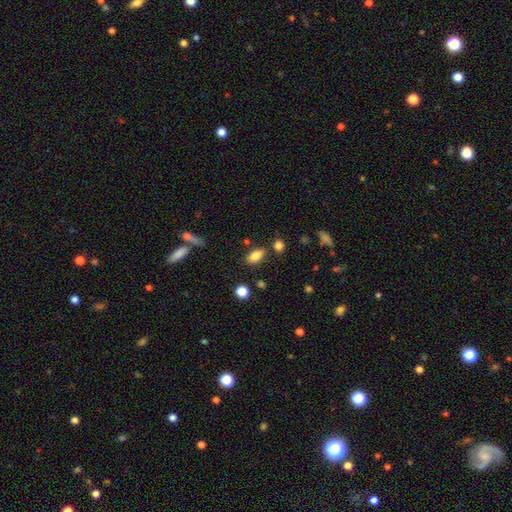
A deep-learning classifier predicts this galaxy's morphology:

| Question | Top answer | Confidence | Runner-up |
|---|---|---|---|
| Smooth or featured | smooth | 82% | star or artifact (9%) |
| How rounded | in between | 87% | round (7%) |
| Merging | none | 78% | minor disturbance (12%) |